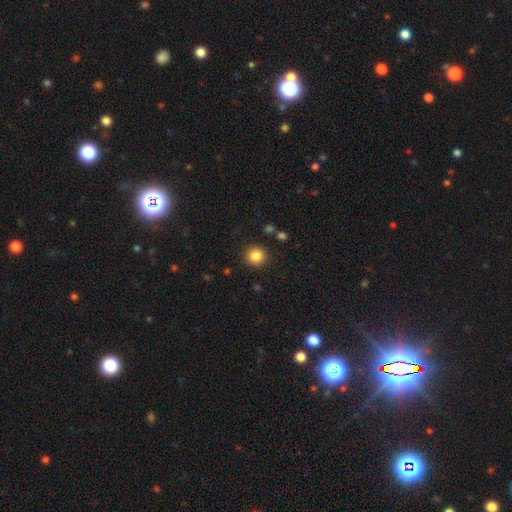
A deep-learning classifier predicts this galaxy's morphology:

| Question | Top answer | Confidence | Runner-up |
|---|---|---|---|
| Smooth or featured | smooth | 85% | star or artifact (10%) |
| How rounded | round | 92% | in between (7%) |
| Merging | none | 90% | minor disturbance (6%) |